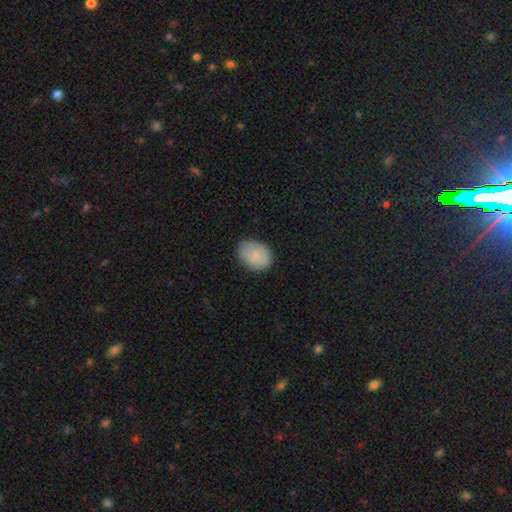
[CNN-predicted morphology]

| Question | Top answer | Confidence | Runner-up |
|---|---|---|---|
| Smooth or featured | smooth | 83% | featured or disk (10%) |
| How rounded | in between | 73% | round (26%) |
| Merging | none | 77% | minor disturbance (18%) |